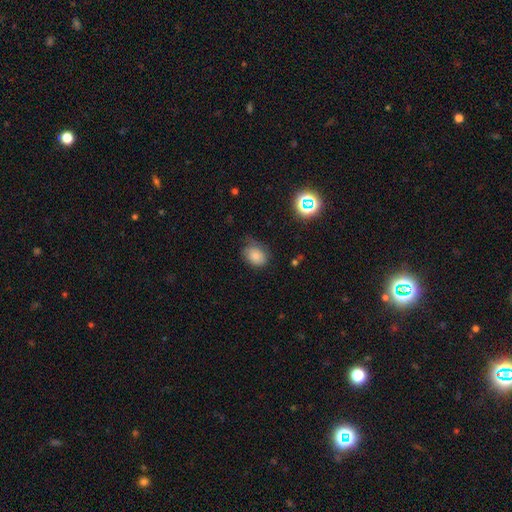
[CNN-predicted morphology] This is likely a smooth galaxy (79%). How rounded: likely in between (64%). Merging: possibly none (56%).